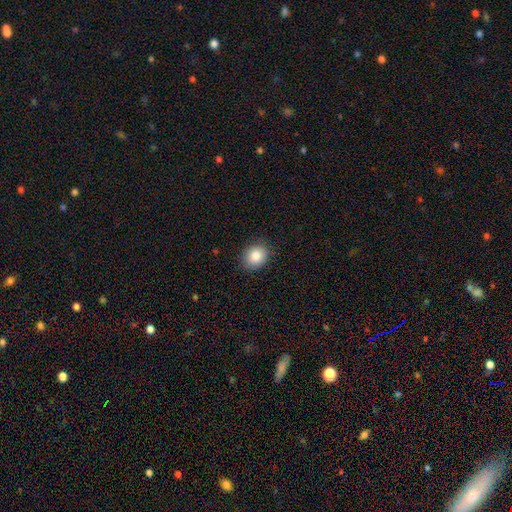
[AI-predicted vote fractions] This appears to be a smooth galaxy with no disk features (84%) that is round (57%). Merging: none (87%).